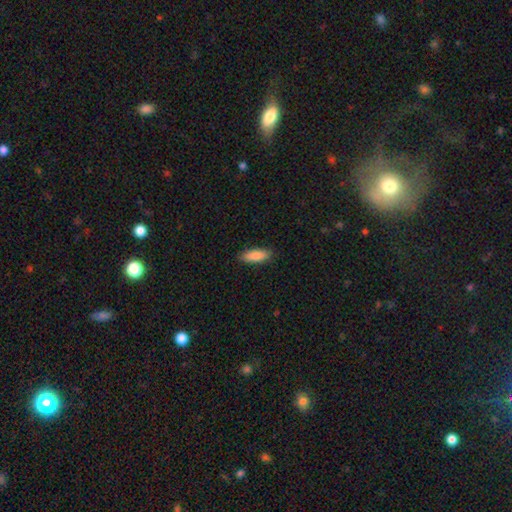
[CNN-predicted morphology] smooth-or-featured: smooth: 87% | featured or disk: 7% | star or artifact: 6%
  how-rounded: in between: 61% | cigar-shaped: 37% | round: 2%
  merging: none: 87% | minor disturbance: 10% | major disturbance: 2% | merger: 1%